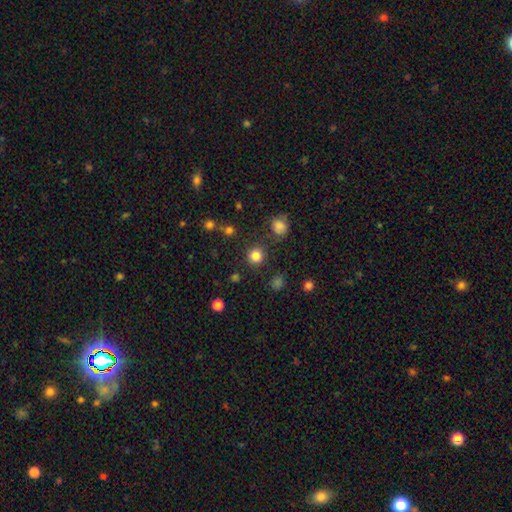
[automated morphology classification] Overall: smooth (82%). How rounded: round (93%). Merging: none (87%).